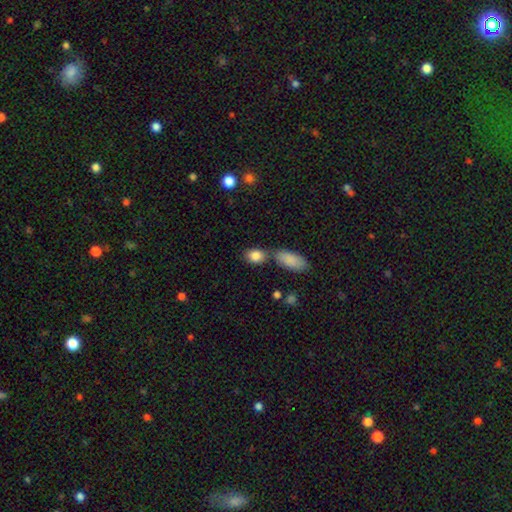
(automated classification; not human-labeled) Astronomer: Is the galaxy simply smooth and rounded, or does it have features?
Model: smooth — 85%.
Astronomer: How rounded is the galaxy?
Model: in between — 74%.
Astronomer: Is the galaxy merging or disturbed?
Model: none — 55%.